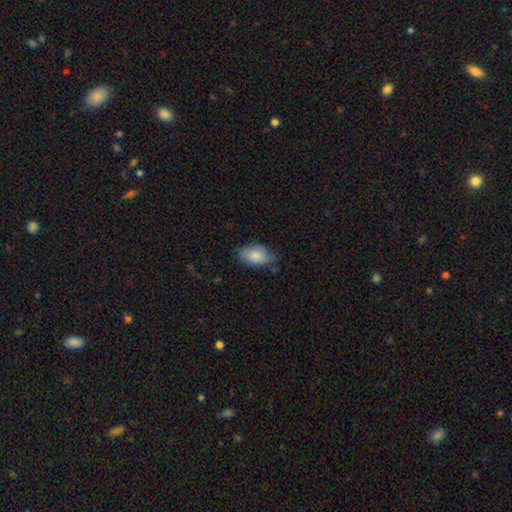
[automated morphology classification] This is clearly a smooth galaxy (83%). How rounded: clearly in between (92%). Merging: likely none (61%).